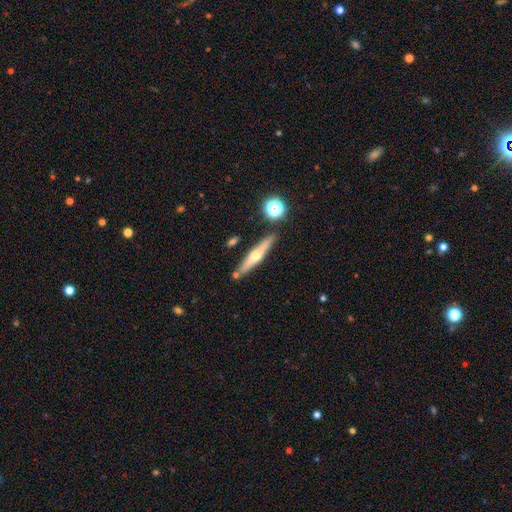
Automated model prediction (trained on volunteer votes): featured or disk 55%, smooth 38%, star or artifact 7%. Down the decision tree: edge-on disk — yes (95%); edge-on bulge — rounded (89%); merging — none (83%).